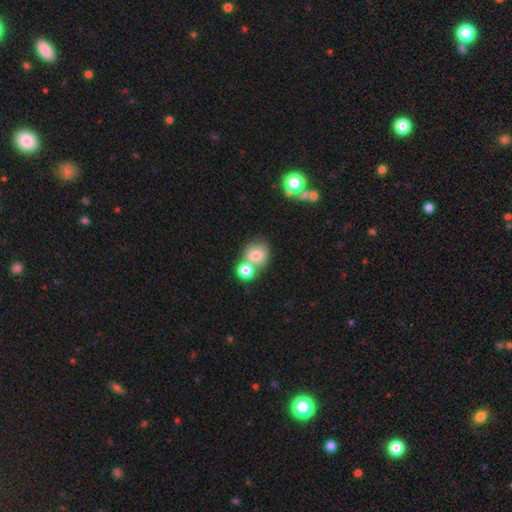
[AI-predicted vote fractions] A smooth galaxy with no disk features (76%) that is round (69%).

Vote fractions:
- Smooth or featured? smooth: 76% / featured or disk: 13% / star or artifact: 11%
- How rounded? round: 69% / in between: 30% / cigar-shaped: 1%
- Merging? merger: 49% / none: 37% / minor disturbance: 10% / major disturbance: 5%